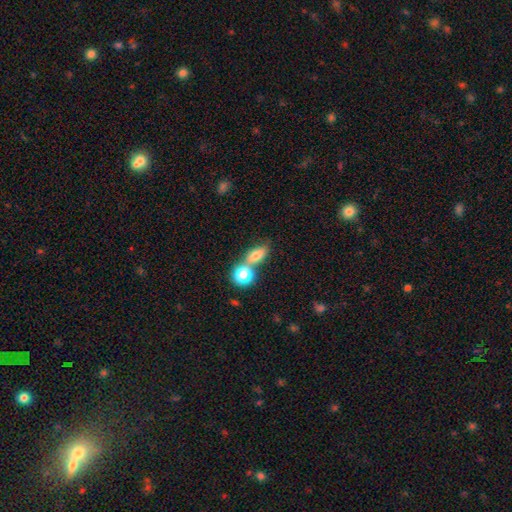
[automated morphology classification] smooth 74%, featured or disk 15%, star or artifact 11%. Down the decision tree: how rounded — in between (66%); merging — merger (50%).